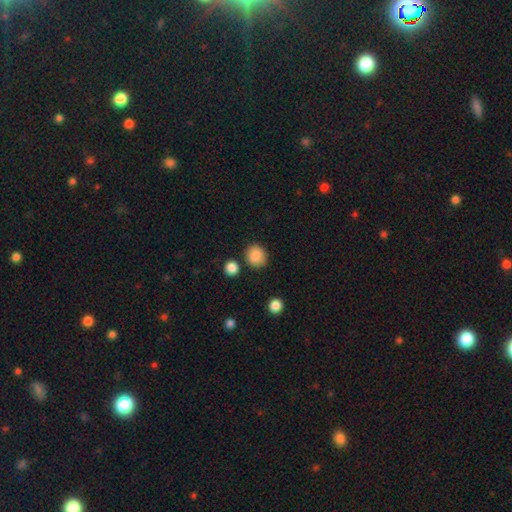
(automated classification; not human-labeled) Smooth or featured? smooth (87%)
How rounded? round (79%)
Merging? none (84%)